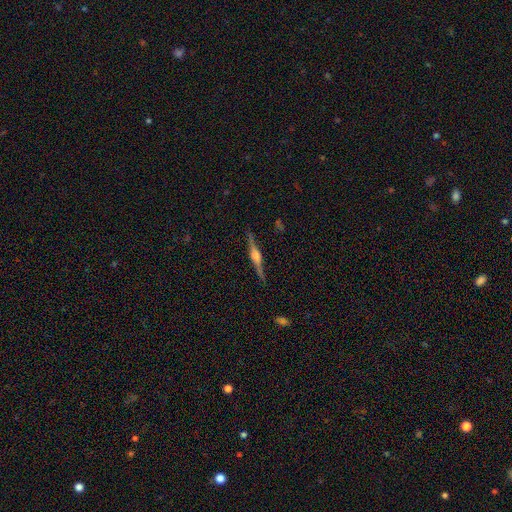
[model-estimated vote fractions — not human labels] The model was most divided on "edge-on bulge": rounded: 83%, boxy: 14%, none: 3%. More confident: edge-on disk — yes (98%); merging — none (89%); smooth or featured — featured or disk (84%).